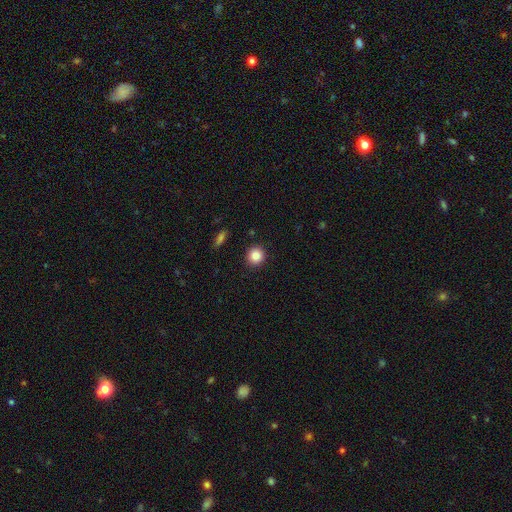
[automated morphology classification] Overall: smooth (86%). How rounded: round (91%). Merging: none (90%).